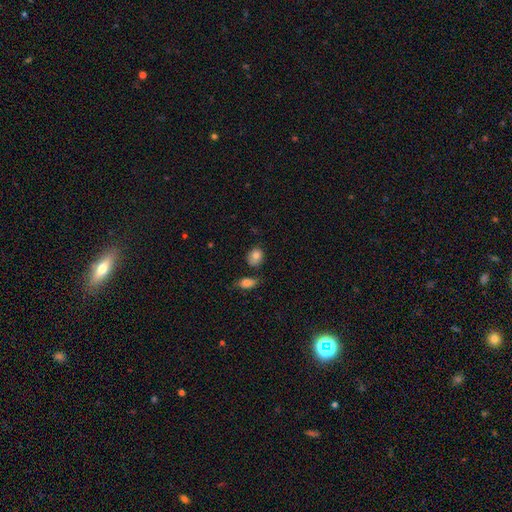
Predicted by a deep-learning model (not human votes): Smooth or featured? Predicted: smooth (p=0.82). How rounded? Predicted: round (p=0.56). Merging? Predicted: none (p=0.67).